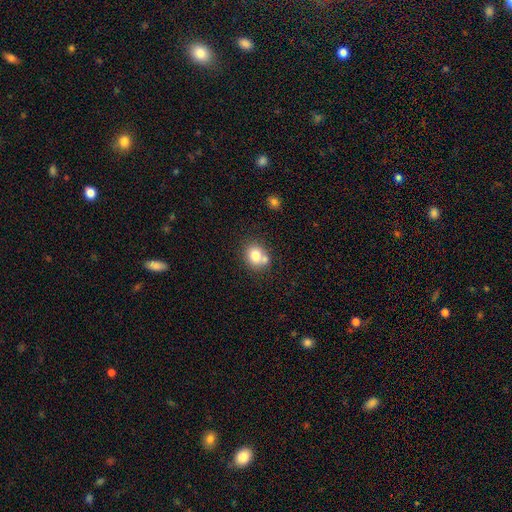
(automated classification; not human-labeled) Smooth or featured: smooth — 77% (featured or disk — 13%)
How rounded: round — 68% (in between — 31%)
Merging: none — 54% (merger — 30%)